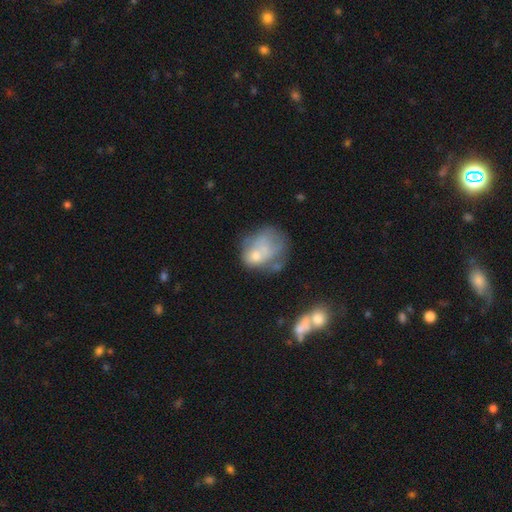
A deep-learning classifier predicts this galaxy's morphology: Smooth or featured?
  - smooth: 50% *
  - featured or disk: 38%
  - star or artifact: 12%
Merging?
  - none: 30% *
  - major disturbance: 29%
  - minor disturbance: 23%
  - merger: 18%